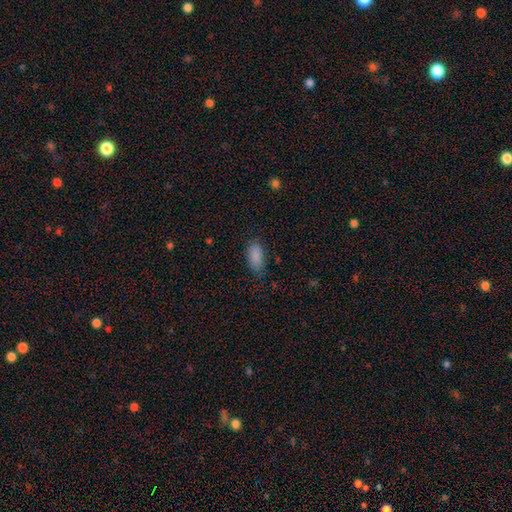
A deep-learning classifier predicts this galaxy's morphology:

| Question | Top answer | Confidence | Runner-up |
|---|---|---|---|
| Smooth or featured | smooth | 88% | star or artifact (7%) |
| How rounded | in between | 91% | cigar-shaped (6%) |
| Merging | none | 77% | minor disturbance (18%) |